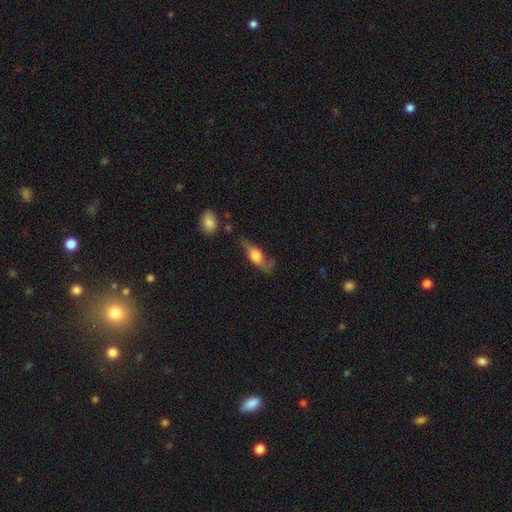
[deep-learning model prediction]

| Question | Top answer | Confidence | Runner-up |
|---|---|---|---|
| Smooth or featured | featured or disk | 55% | smooth (38%) |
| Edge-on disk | yes | 67% | no (33%) |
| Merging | none | 57% | minor disturbance (26%) |